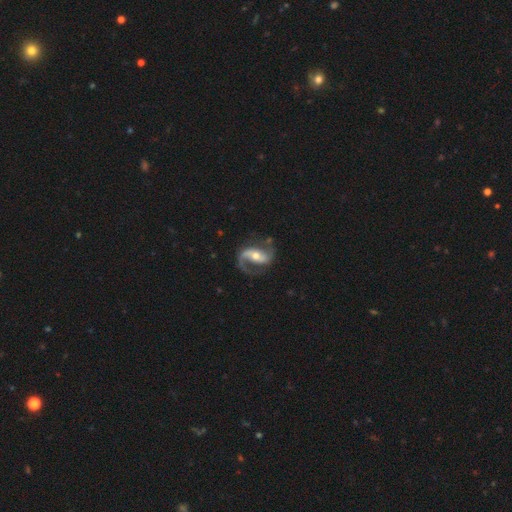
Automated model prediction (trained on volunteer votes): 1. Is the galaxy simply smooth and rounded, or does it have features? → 89% featured or disk, 7% smooth, 4% star or artifact.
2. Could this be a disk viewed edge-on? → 97% no, 3% yes.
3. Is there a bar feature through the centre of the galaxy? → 38% strong, 35% weak, 27% no.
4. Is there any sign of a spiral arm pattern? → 96% yes, 4% no.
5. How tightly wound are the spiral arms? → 46% medium, 41% loose, 13% tight.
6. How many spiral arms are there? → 77% 2, 19% 1, 2% can't tell, 1% 3, 1% 4, 1% more than 4.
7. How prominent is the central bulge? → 60% moderate, 33% small, 5% large, 1% none, 1% dominant.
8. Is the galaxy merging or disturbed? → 67% none, 17% minor disturbance, 14% major disturbance, 2% merger.